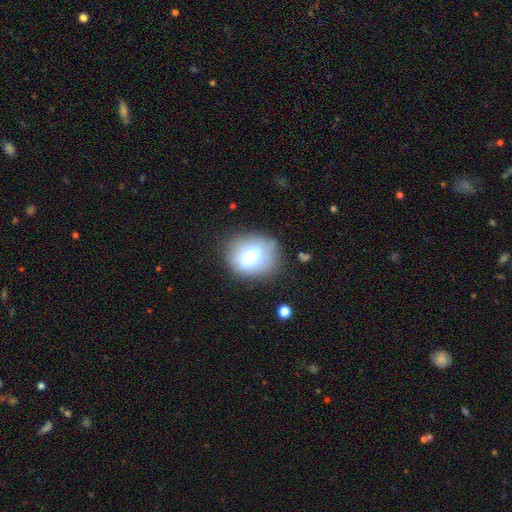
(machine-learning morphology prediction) smooth-or-featured: smooth: 66% | featured or disk: 21% | star or artifact: 14%
  how-rounded: round: 72% | in between: 27% | cigar-shaped: 1%
  merging: none: 70% | minor disturbance: 16% | major disturbance: 8% | merger: 6%